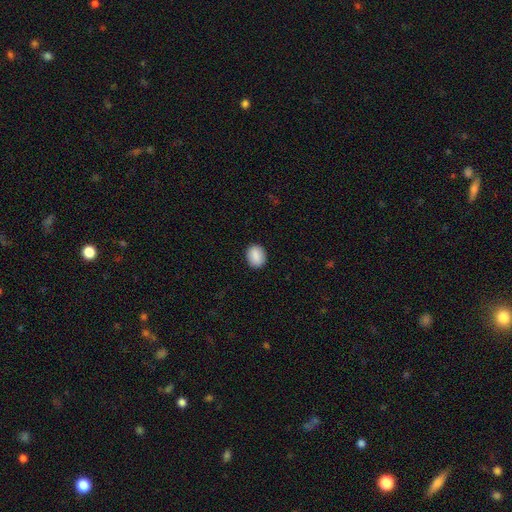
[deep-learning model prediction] Smooth or featured? Predicted: smooth (p=0.88). How rounded? Predicted: round (p=0.51). Merging? Predicted: none (p=0.90).